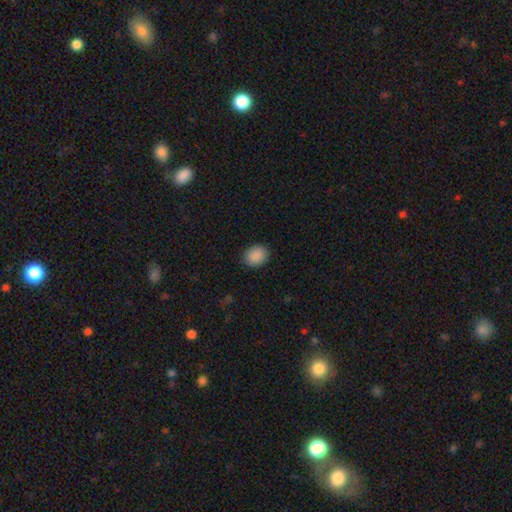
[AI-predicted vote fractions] This is clearly a smooth galaxy (89%). How rounded: possibly round (51%). Merging: clearly none (87%).